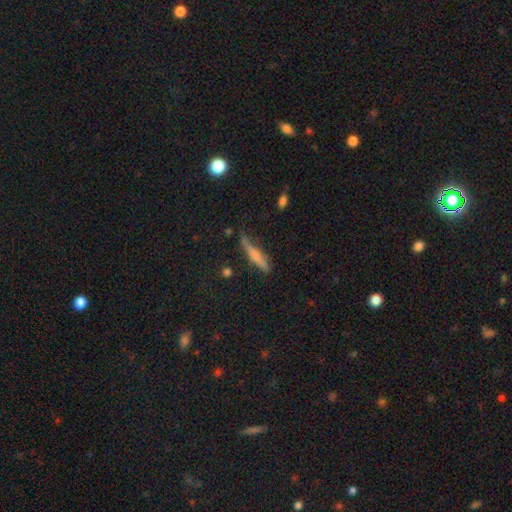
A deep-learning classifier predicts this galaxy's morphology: smooth_or_featured: smooth (p=0.59) [alt: featured or disk p=0.32]
how_rounded: cigar-shaped (p=0.89) [alt: in between p=0.09]
merging: none (p=0.67) [alt: minor disturbance p=0.24]